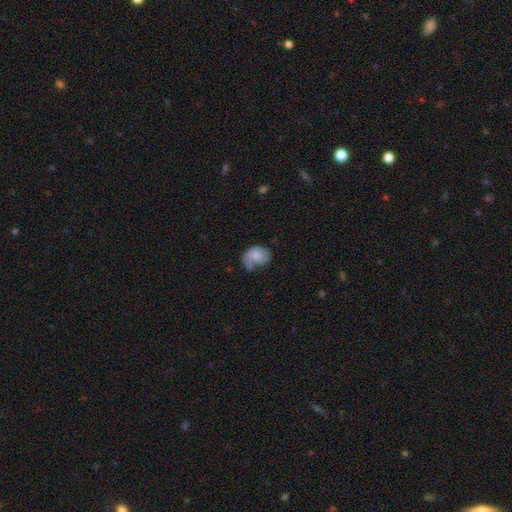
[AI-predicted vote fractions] smooth-or-featured: smooth: 61% | featured or disk: 31% | star or artifact: 8%
  how-rounded: in between: 67% | round: 32% | cigar-shaped: 1%
  merging: none: 35% | minor disturbance: 33% | major disturbance: 27% | merger: 4%